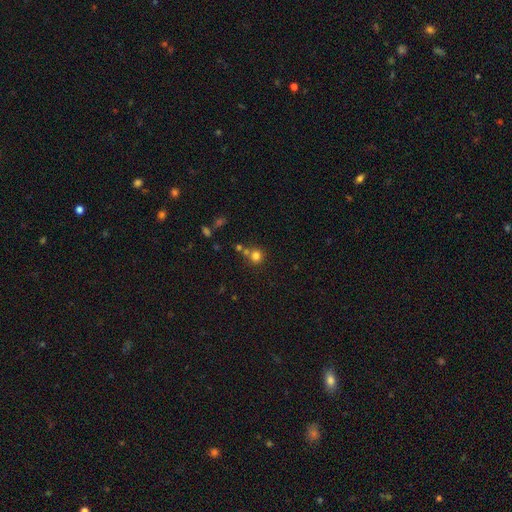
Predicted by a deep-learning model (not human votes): This is likely a smooth galaxy (78%). How rounded: clearly round (90%). Merging: likely none (65%).